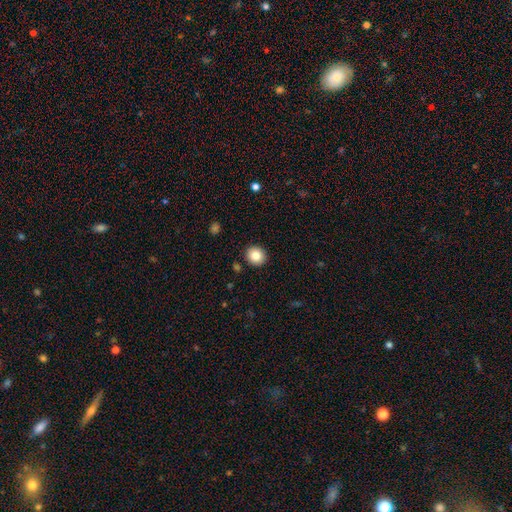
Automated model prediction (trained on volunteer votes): Overall: smooth (85%). How rounded: round (85%). Merging: none (91%).